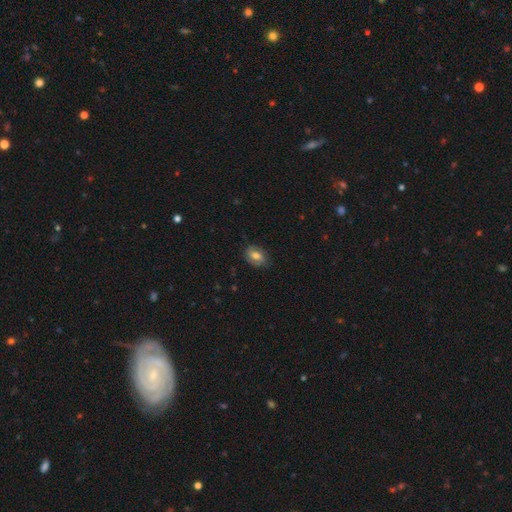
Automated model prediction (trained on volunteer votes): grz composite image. It shows a smooth galaxy with no disk features (55%) that is in between round and cigar-shaped (76%). Merging: none (76%).